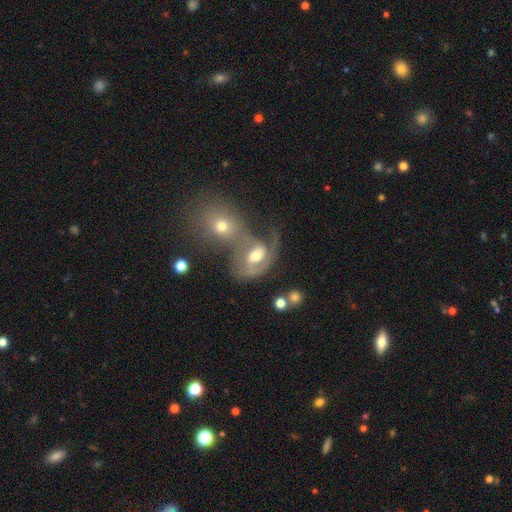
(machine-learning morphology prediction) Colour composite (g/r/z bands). It shows a featured or disk galaxy (69%) with no bar (49%), 2 (49%) medium (45%) spiral arms (82%) and a moderate central bulge (58%). Merging: merger (59%).